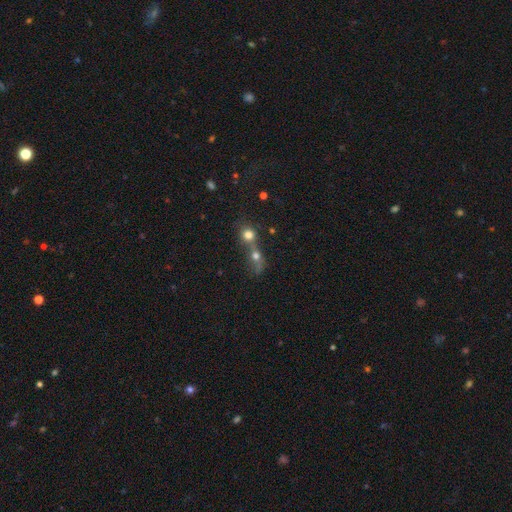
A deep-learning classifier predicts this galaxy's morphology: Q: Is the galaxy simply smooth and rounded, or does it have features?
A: smooth — 46%.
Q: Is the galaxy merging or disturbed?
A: merger — 44%.